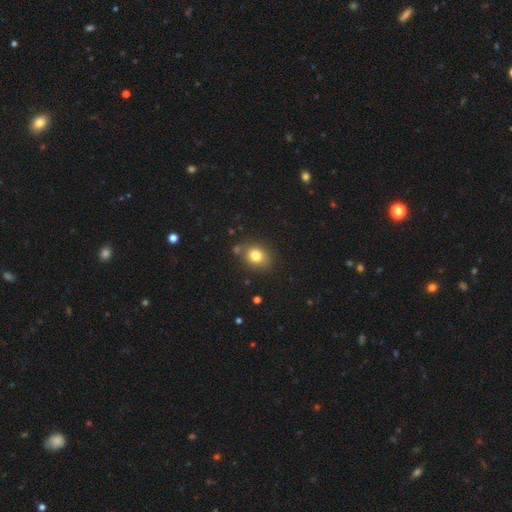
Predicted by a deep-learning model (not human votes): Overall: smooth (81%). How rounded: round (59%; in between 40%). Merging: none (77%).